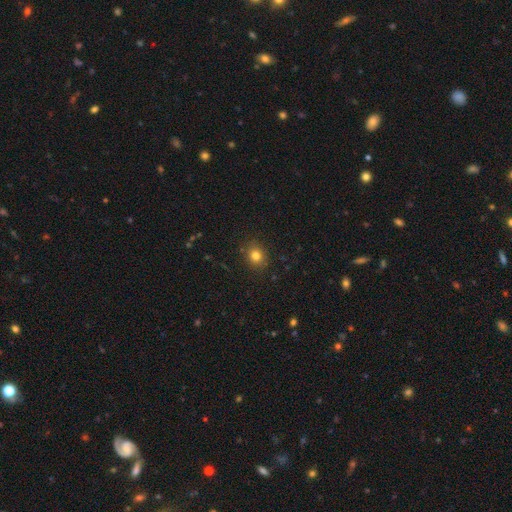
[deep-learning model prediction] This appears to be a smooth galaxy with no disk features (81%) that is round (70%). Merging: none (87%).